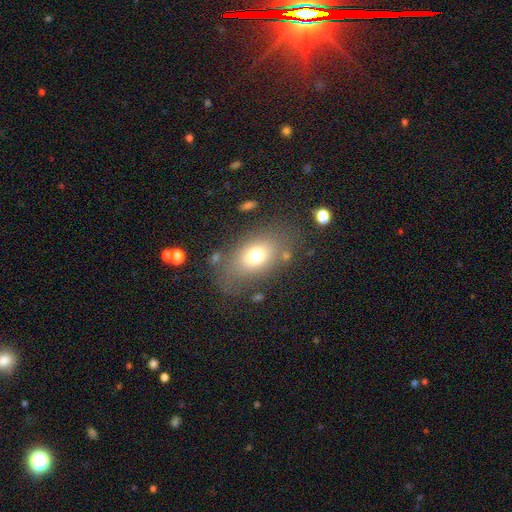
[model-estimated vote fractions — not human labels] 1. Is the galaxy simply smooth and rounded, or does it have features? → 70% smooth, 17% featured or disk, 12% star or artifact.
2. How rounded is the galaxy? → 77% in between, 22% round, 2% cigar-shaped.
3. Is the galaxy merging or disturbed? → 70% none, 16% minor disturbance, 10% major disturbance, 4% merger.